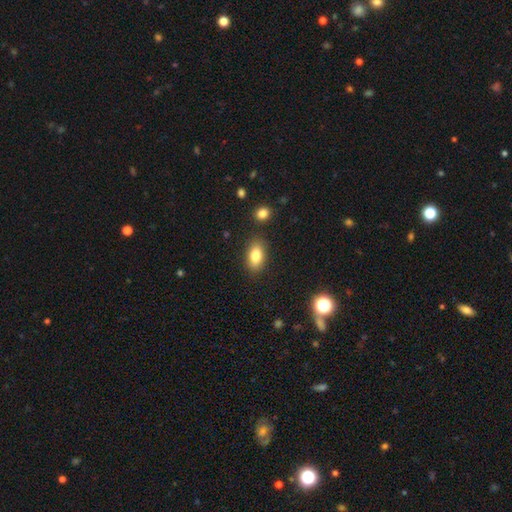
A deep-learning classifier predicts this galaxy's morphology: Smooth or featured: smooth — 82% (featured or disk — 10%)
How rounded: in between — 89% (round — 6%)
Merging: none — 85% (minor disturbance — 10%)